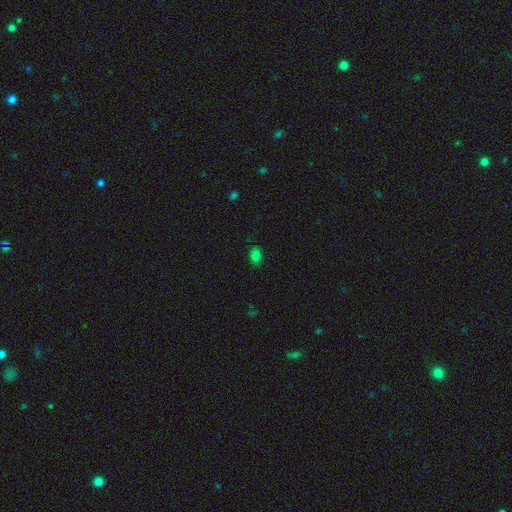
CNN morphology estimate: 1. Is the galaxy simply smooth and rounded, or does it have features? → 78% smooth, 16% star or artifact, 5% featured or disk.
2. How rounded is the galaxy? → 66% in between, 33% round, 1% cigar-shaped.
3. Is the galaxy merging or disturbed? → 84% none, 12% minor disturbance, 2% major disturbance, 1% merger.